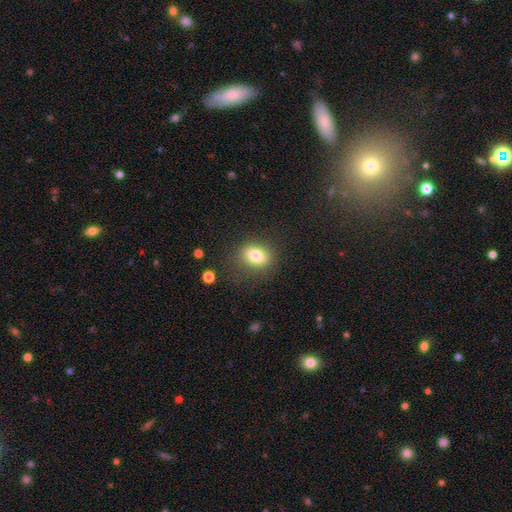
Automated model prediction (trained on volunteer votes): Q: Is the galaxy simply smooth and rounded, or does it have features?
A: smooth — 80%.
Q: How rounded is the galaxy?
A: in between — 59%.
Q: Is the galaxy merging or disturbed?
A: none — 79%.